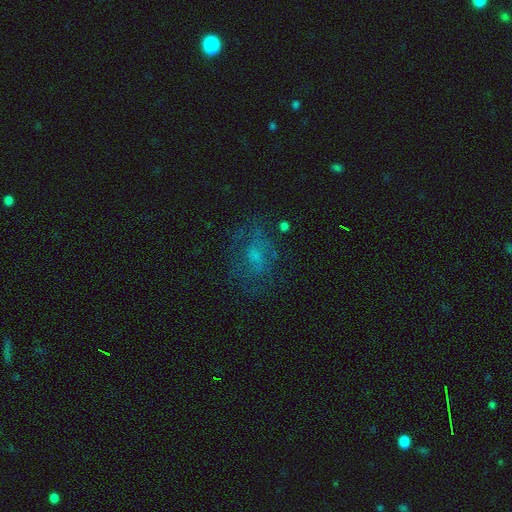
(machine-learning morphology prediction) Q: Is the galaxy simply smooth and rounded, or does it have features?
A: featured or disk — 42%.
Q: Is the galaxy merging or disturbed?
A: none — 61%.